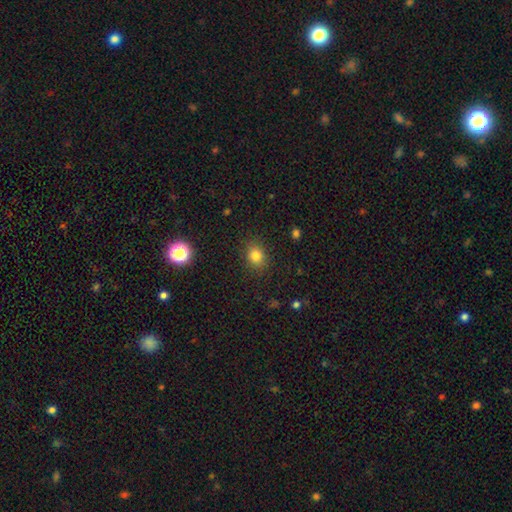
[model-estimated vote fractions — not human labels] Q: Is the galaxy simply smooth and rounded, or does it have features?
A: smooth — 81%.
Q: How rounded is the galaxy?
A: round — 57%.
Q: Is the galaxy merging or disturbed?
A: none — 86%.